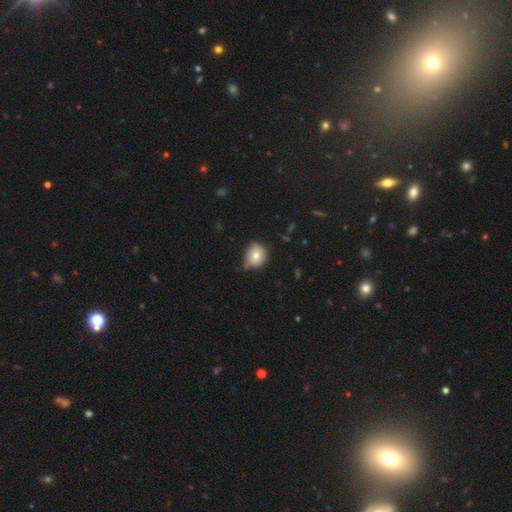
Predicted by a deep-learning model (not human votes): smooth-or-featured: smooth: 77% | featured or disk: 14% | star or artifact: 9%
  how-rounded: round: 75% | in between: 24% | cigar-shaped: 1%
  merging: none: 58% | minor disturbance: 33% | major disturbance: 6% | merger: 3%